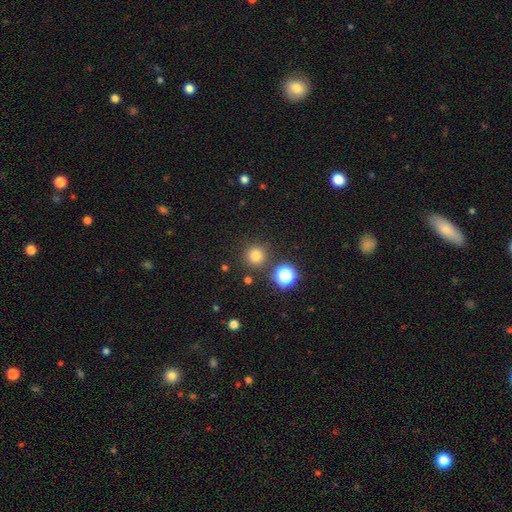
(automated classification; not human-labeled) The model was most divided on "smooth or featured": smooth: 77%, star or artifact: 18%, featured or disk: 5%. More confident: how rounded — round (95%); merging — none (87%).